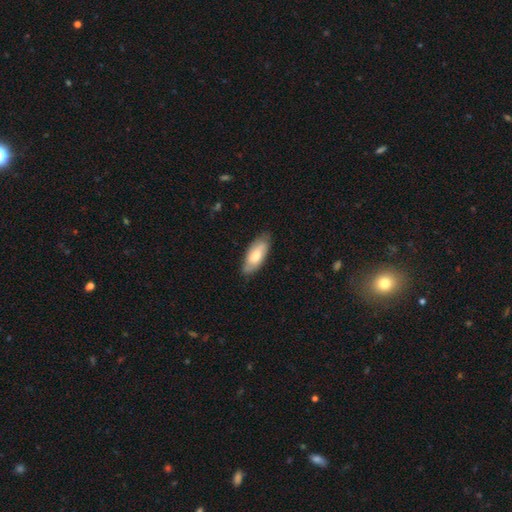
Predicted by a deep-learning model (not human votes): This is likely a smooth galaxy (63%). How rounded: clearly in between (82%). Merging: likely none (78%).